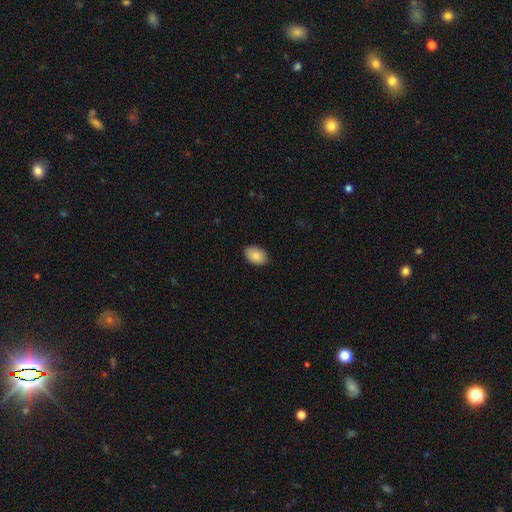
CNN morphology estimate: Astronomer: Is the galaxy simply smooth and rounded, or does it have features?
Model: smooth — 88%.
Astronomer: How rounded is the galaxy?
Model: in between — 90%.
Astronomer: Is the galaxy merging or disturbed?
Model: none — 88%.